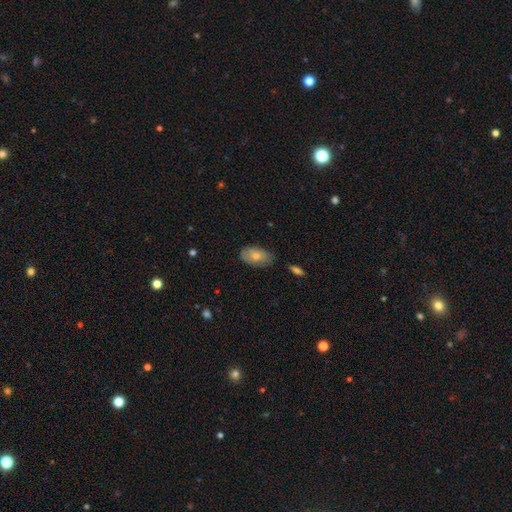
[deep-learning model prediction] Smooth or featured? smooth (70%)
How rounded? in between (92%)
Merging? none (75%)